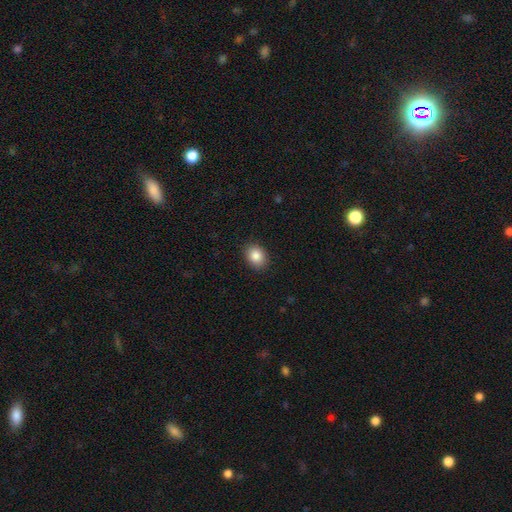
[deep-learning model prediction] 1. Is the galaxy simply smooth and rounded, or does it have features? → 86% smooth, 9% star or artifact, 5% featured or disk.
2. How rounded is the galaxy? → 56% in between, 43% round, 1% cigar-shaped.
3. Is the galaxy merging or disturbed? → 89% none, 8% minor disturbance, 2% major disturbance, 1% merger.